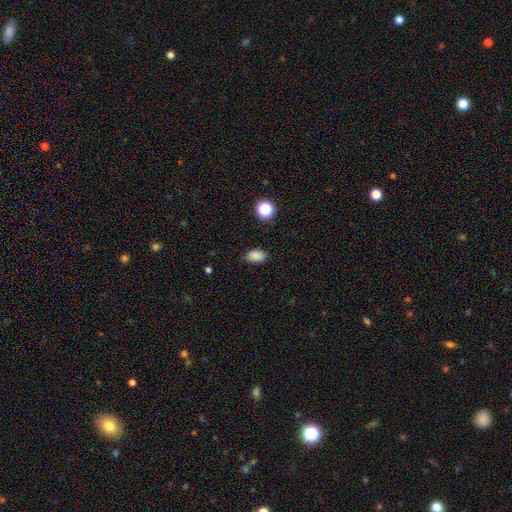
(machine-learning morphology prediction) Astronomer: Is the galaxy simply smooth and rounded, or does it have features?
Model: smooth — 85%.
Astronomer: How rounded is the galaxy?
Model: in between — 85%.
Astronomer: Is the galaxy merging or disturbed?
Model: none — 79%.